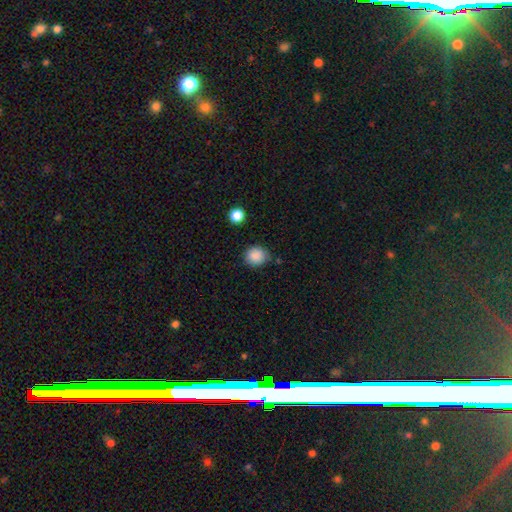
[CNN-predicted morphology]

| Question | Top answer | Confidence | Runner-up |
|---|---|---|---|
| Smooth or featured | smooth | 88% | star or artifact (9%) |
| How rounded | round | 78% | in between (21%) |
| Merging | none | 79% | minor disturbance (14%) |